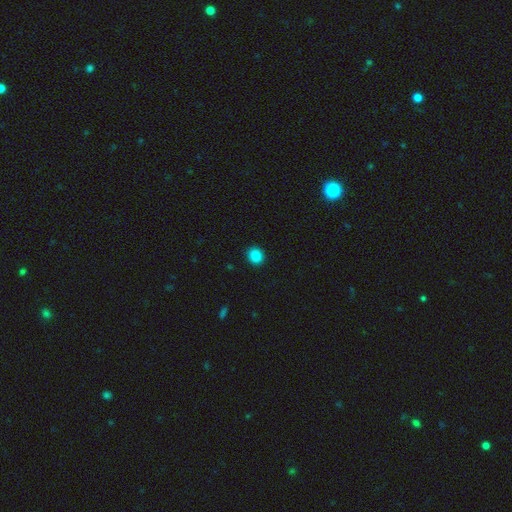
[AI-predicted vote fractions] Smooth or featured: smooth — 87% (star or artifact — 10%)
How rounded: round — 75% (in between — 24%)
Merging: none — 91% (minor disturbance — 6%)